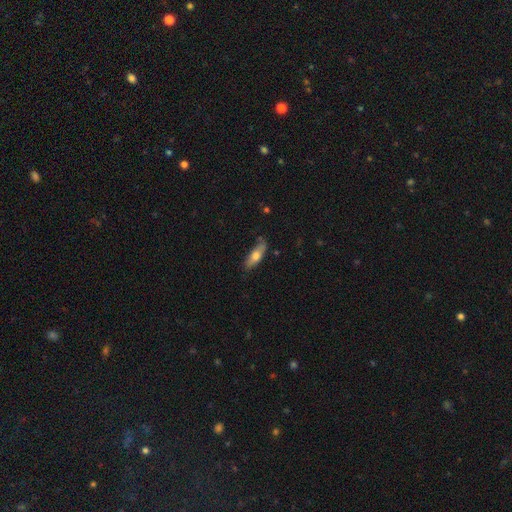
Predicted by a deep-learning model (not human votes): This is likely a smooth galaxy (65%). How rounded: possibly in between (53%). Merging: likely none (75%).